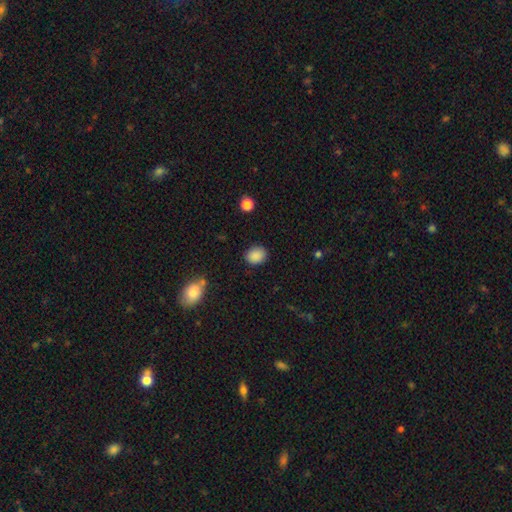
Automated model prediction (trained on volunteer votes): A smooth galaxy with no disk features (88%) that is round (50%).

Vote fractions:
- Smooth or featured? smooth: 88% / star or artifact: 9% / featured or disk: 3%
- How rounded? round: 50% / in between: 49% / cigar-shaped: 1%
- Merging? none: 85% / minor disturbance: 11% / major disturbance: 3% / merger: 1%